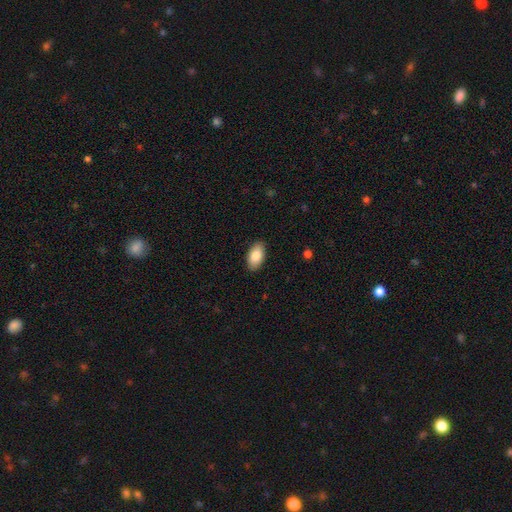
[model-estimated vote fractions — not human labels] A smooth galaxy with no disk features (85%) that is in between round and cigar-shaped (95%).

Vote fractions:
- Smooth or featured? smooth: 85% / featured or disk: 8% / star or artifact: 6%
- How rounded? in between: 95% / round: 3% / cigar-shaped: 3%
- Merging? none: 89% / minor disturbance: 9% / major disturbance: 2% / merger: 1%